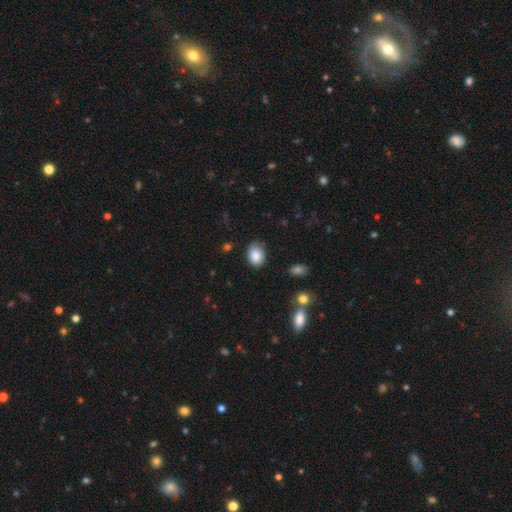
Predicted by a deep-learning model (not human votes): This is clearly a smooth galaxy (86%). How rounded: likely in between (74%). Merging: likely none (76%).